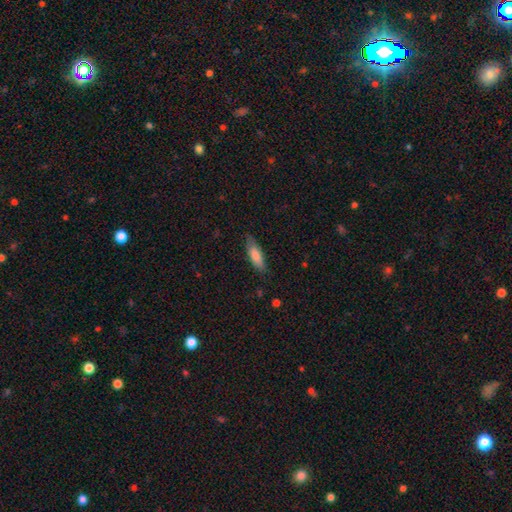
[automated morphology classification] This is likely a smooth galaxy (78%). How rounded: possibly cigar-shaped (49%, tied with in between). Merging: likely none (79%).